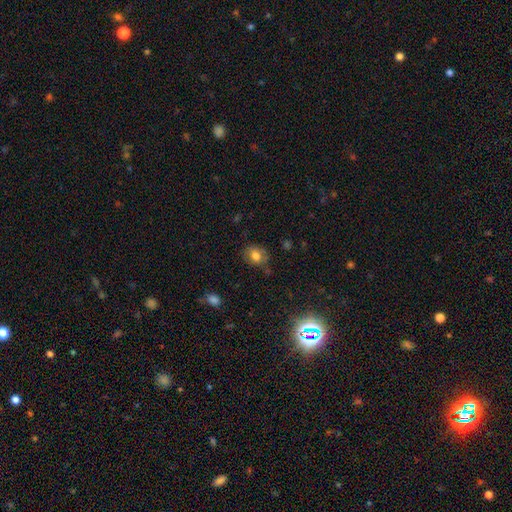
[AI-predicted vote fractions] Smooth or featured: smooth — 75% (featured or disk — 14%)
How rounded: in between — 54% (round — 45%)
Merging: none — 71% (minor disturbance — 21%)